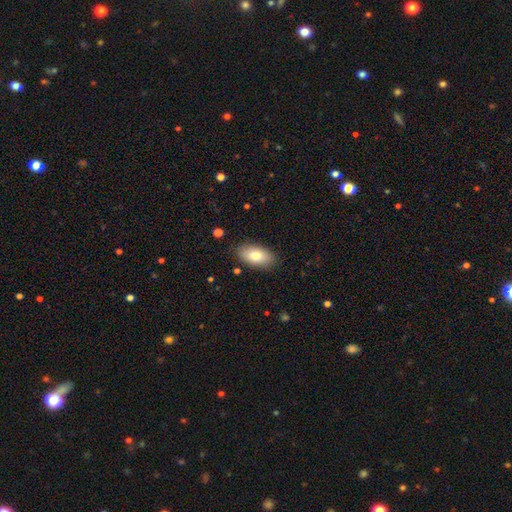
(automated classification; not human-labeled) Smooth or featured? smooth (77%)
How rounded? in between (93%)
Merging? none (86%)